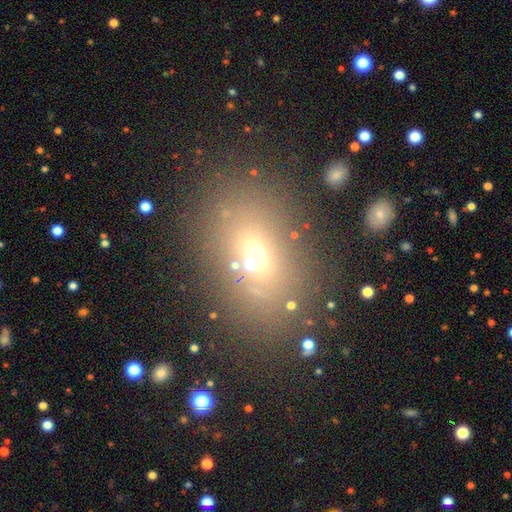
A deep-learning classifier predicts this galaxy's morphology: Overall: smooth (55%; star or artifact 26%). How rounded: in between (70%). Merging: none (71%).